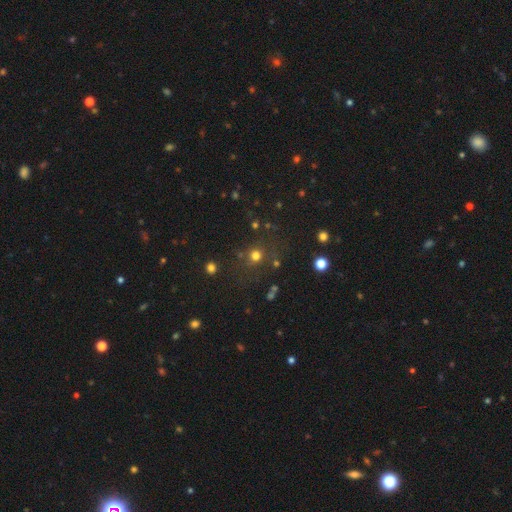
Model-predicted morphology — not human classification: type=smooth (71%); roundness=round (89%); merging=none (78%).